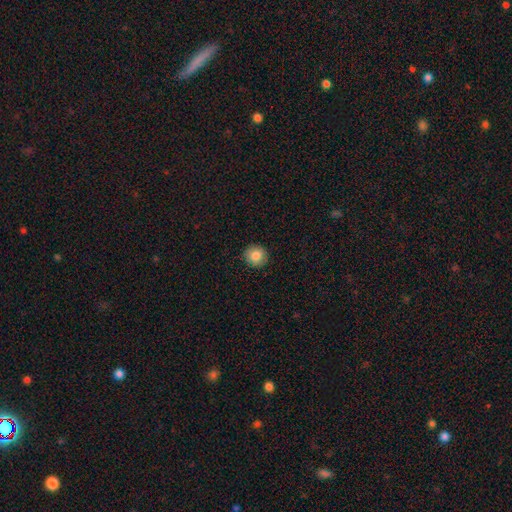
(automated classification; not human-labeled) A smooth galaxy with no disk features (84%) that is round (89%).

Vote fractions:
- Smooth or featured? smooth: 84% / star or artifact: 9% / featured or disk: 7%
- How rounded? round: 89% / in between: 10% / cigar-shaped: 1%
- Merging? none: 91% / minor disturbance: 7% / major disturbance: 2% / merger: 1%